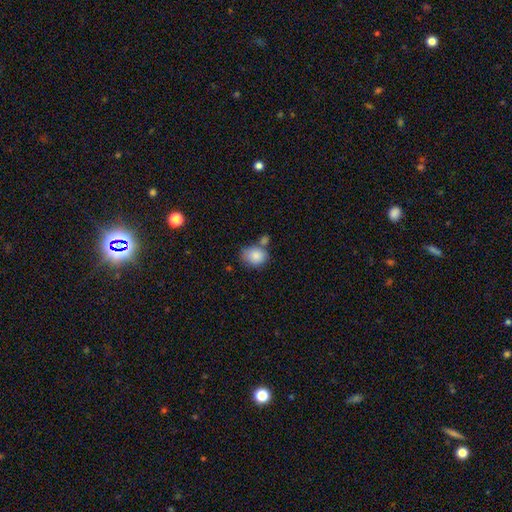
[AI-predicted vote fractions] The model was most divided on "how rounded": round: 50%, in between: 49%, cigar-shaped: 1%. More confident: smooth or featured — smooth (86%); merging — none (52%).